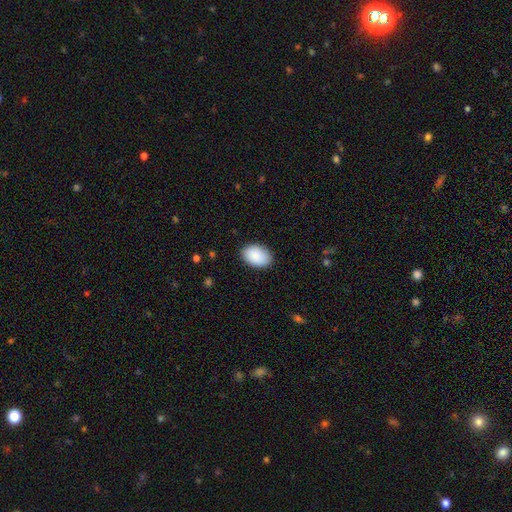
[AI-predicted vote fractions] This is clearly a smooth galaxy (90%). How rounded: clearly in between (89%). Merging: clearly none (87%).